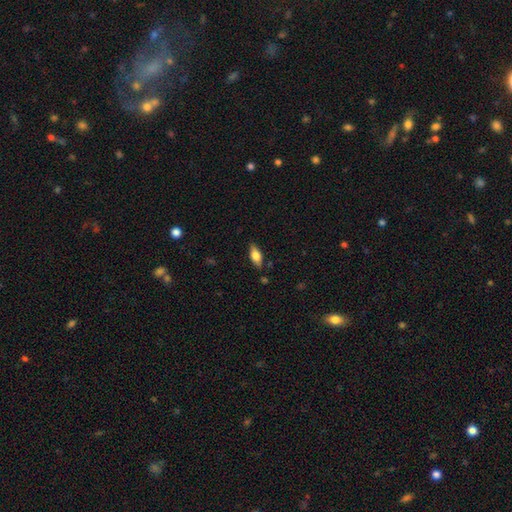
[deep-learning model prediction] A smooth galaxy with no disk features (74%) that is in between round and cigar-shaped (83%). Merging: none (81%).